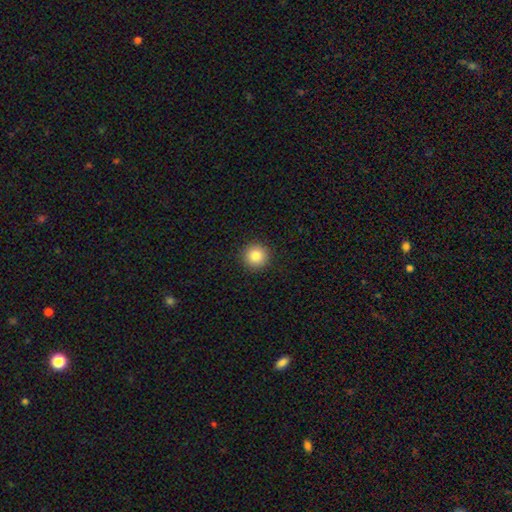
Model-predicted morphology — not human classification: This is clearly a smooth galaxy (85%). How rounded: clearly round (95%). Merging: clearly none (93%).